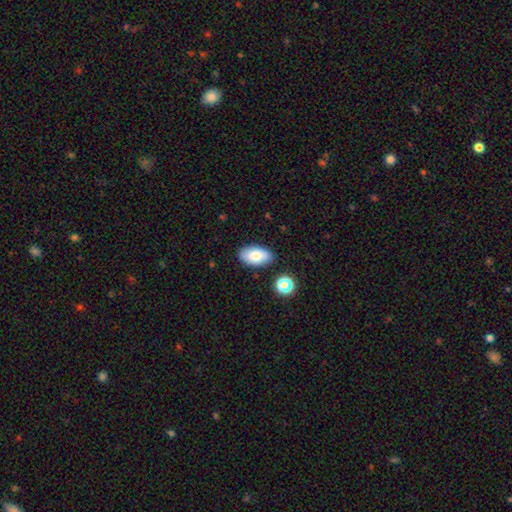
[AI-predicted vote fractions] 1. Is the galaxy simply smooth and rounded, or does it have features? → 77% smooth, 15% featured or disk, 8% star or artifact.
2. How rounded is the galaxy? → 94% in between, 4% round, 2% cigar-shaped.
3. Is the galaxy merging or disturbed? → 83% none, 11% minor disturbance, 3% merger, 2% major disturbance.